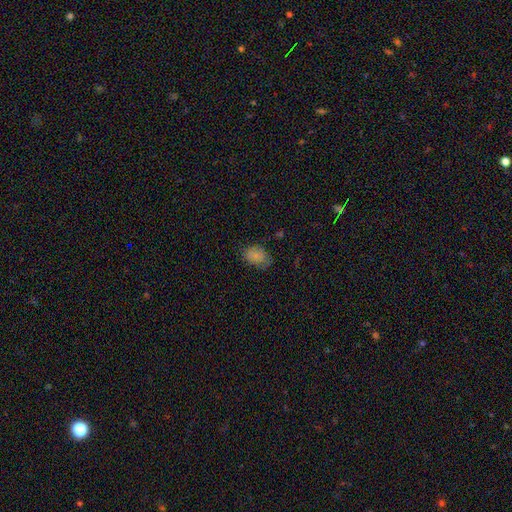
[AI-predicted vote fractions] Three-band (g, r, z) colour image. It shows a smooth galaxy with no disk features (82%) that is in between round and cigar-shaped (79%). Merging: none (68%).